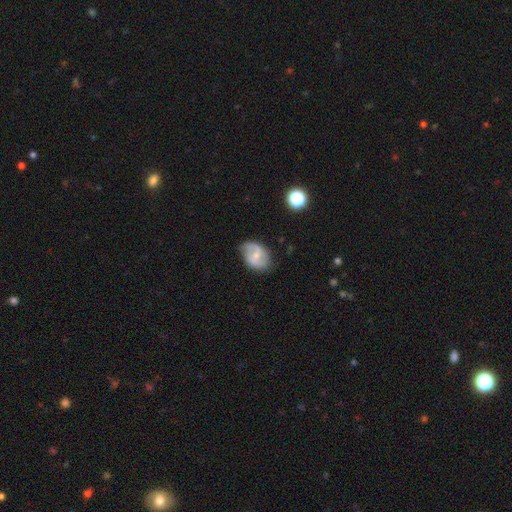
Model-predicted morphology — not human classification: Smooth or featured? featured or disk (64%)
Edge-on disk? no (97%)
Bar? weak (52%)
Spiral arms? yes (85%)
Spiral winding? medium (45%)
Spiral arm count? 2 (83%)
Bulge size? small (52%)
Merging? none (69%)